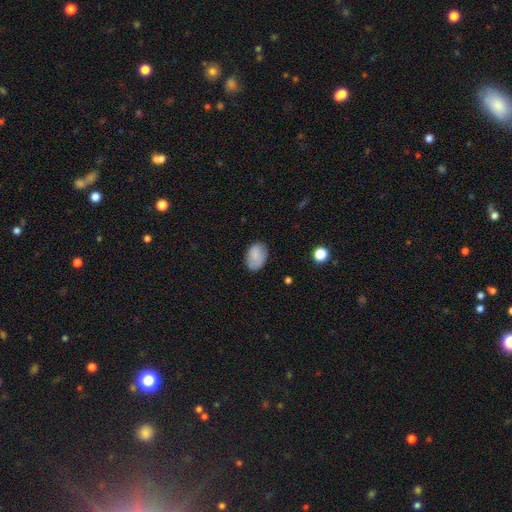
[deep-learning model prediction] Morphology: type=smooth (81%); roundness=in between (84%); merging=none (74%).